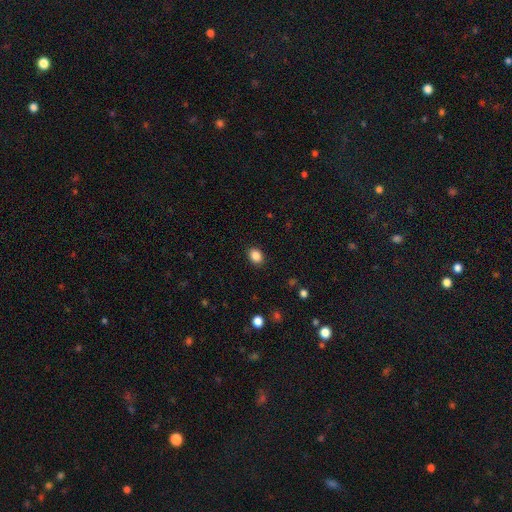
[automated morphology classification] smooth 87%, star or artifact 10%, featured or disk 4%. Down the decision tree: how rounded — in between (57%); merging — none (89%).